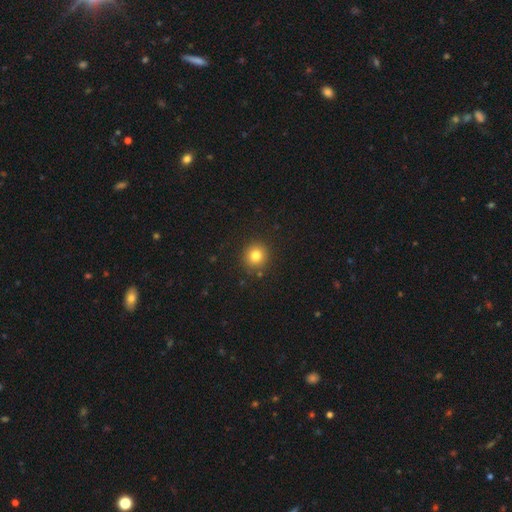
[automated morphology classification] smooth 80%, star or artifact 12%, featured or disk 7%. Down the decision tree: how rounded — round (91%); merging — none (89%).